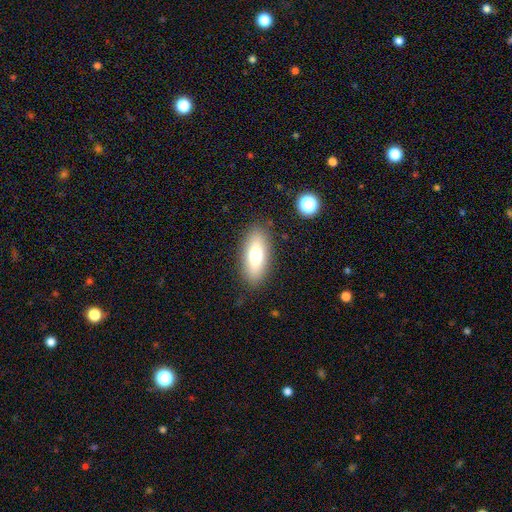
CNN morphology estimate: A smooth galaxy with no disk features (72%) that is in between round and cigar-shaped (77%). Merging: none (86%).